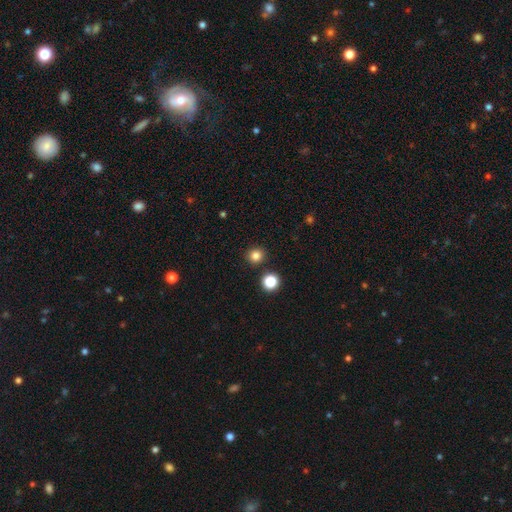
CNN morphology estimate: Smooth or featured: smooth — 81% (star or artifact — 14%)
How rounded: round — 92% (in between — 8%)
Merging: none — 89% (minor disturbance — 5%)